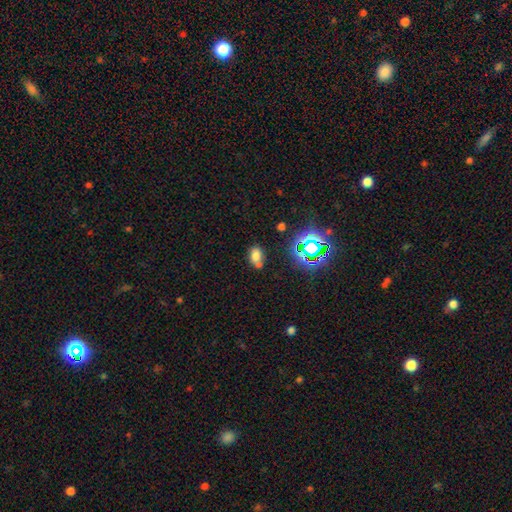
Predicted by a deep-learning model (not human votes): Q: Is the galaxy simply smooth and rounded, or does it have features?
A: smooth — 67%.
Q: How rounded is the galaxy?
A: in between — 78%.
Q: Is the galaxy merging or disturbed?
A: none — 53%.